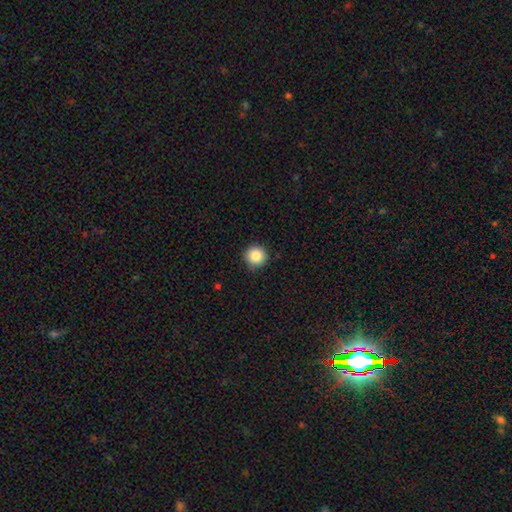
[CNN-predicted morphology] This is clearly a smooth galaxy (86%). How rounded: clearly round (95%). Merging: clearly none (90%).